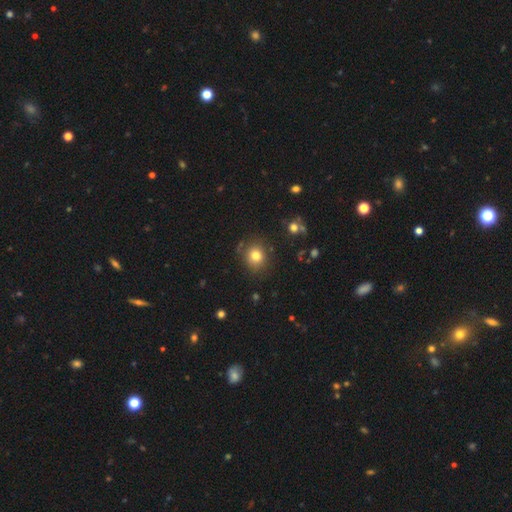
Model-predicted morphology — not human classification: A smooth galaxy with no disk features (79%) that is round (78%).

Vote fractions:
- Smooth or featured? smooth: 79% / star or artifact: 13% / featured or disk: 8%
- How rounded? round: 78% / in between: 21% / cigar-shaped: 1%
- Merging? none: 81% / minor disturbance: 12% / major disturbance: 4% / merger: 3%